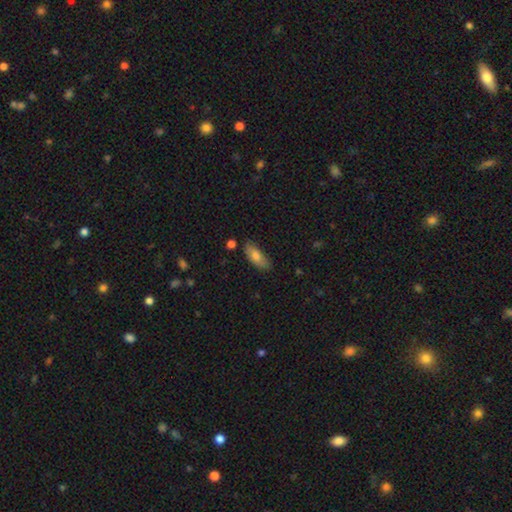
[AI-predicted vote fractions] Overall: smooth (77%). How rounded: in between (78%). Merging: none (74%).